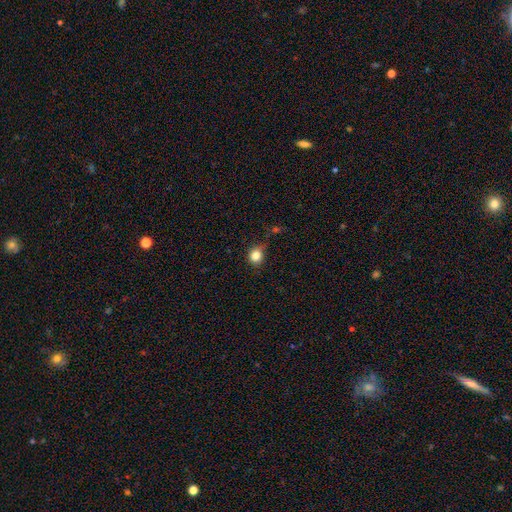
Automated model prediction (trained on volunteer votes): Smooth or featured?
  - smooth: 84% *
  - star or artifact: 11%
  - featured or disk: 5%
How rounded?
  - round: 81% *
  - in between: 18%
  - cigar-shaped: 1%
Merging?
  - none: 70% *
  - minor disturbance: 21%
  - major disturbance: 5%
  - merger: 3%